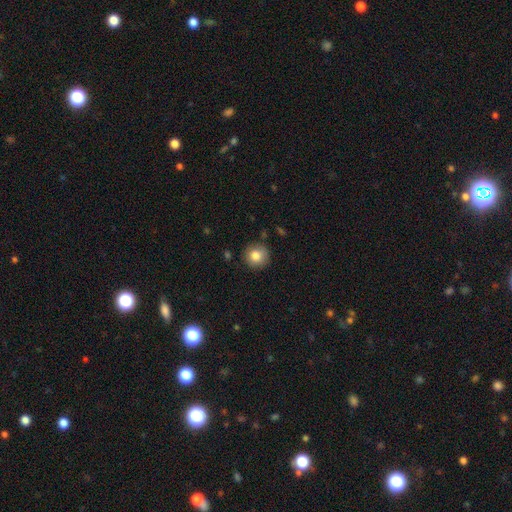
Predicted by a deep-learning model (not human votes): Overall: smooth (83%). How rounded: round (93%). Merging: none (87%).